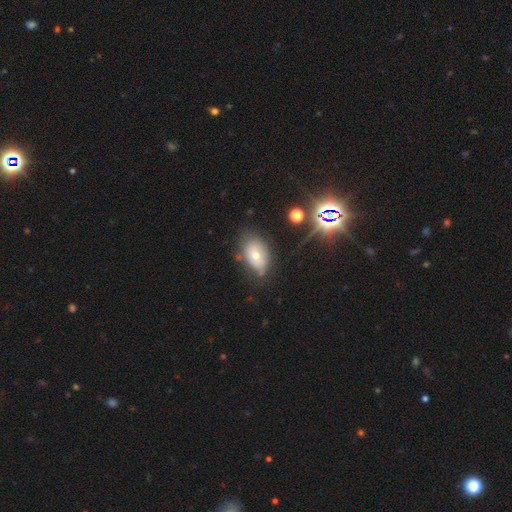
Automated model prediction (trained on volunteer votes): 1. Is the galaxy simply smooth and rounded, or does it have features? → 63% smooth, 26% featured or disk, 11% star or artifact.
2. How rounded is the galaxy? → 89% in between, 9% round, 1% cigar-shaped.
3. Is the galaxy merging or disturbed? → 59% none, 28% minor disturbance, 9% major disturbance, 4% merger.